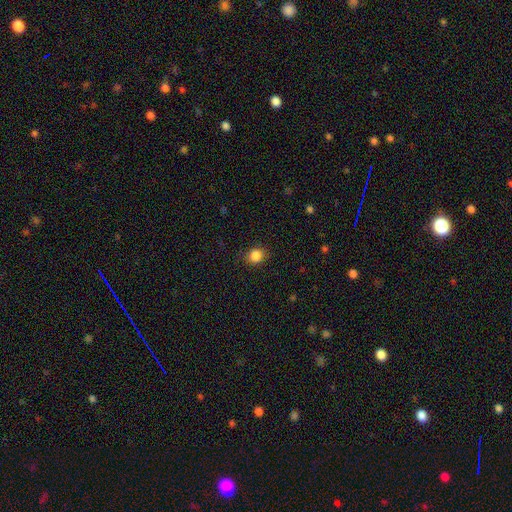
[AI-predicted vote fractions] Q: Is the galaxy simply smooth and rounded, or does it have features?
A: smooth — 86%.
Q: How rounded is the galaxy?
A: round — 78%.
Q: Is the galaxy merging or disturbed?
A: none — 87%.